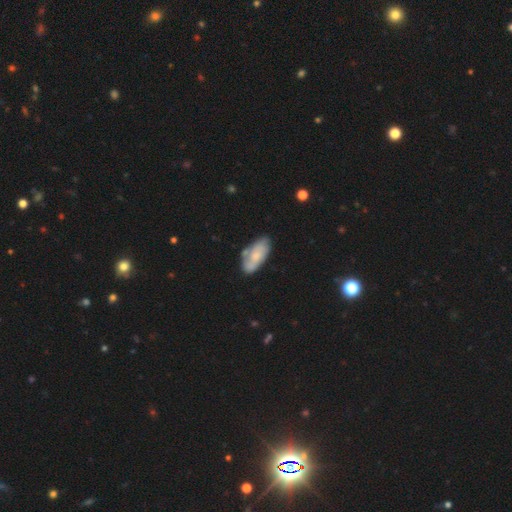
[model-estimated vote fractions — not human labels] The model was most divided on "smooth or featured": smooth: 58%, featured or disk: 36%, star or artifact: 6%. More confident: how rounded — in between (88%); merging — none (59%).